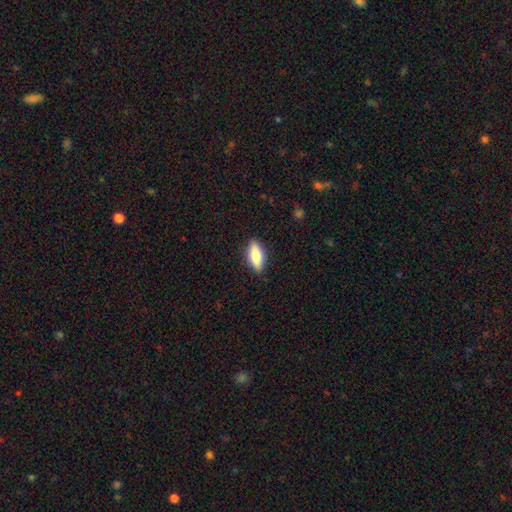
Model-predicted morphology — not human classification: Overall: smooth (73%). How rounded: in between (73%). Merging: none (87%).